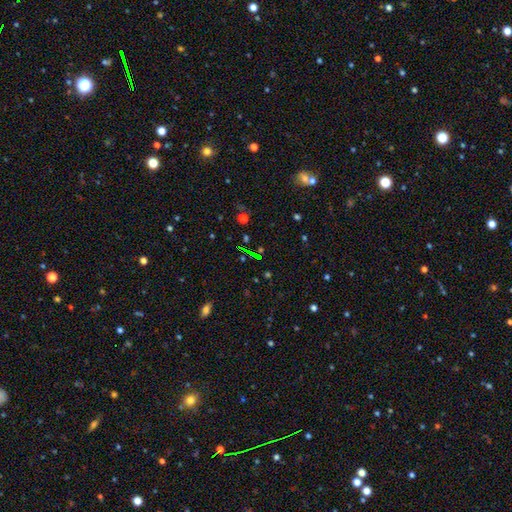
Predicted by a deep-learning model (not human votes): This appears to be a star or artifact, not a galaxy (65%).